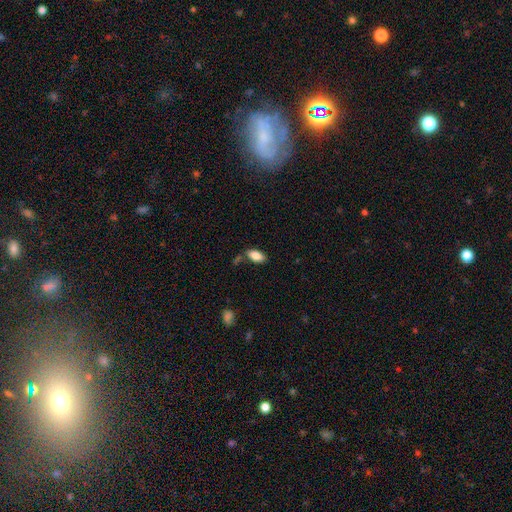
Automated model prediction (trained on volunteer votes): Smooth or featured?
  - smooth: 84% *
  - featured or disk: 9%
  - star or artifact: 7%
How rounded?
  - in between: 92% *
  - cigar-shaped: 6%
  - round: 3%
Merging?
  - none: 74% *
  - minor disturbance: 15%
  - merger: 7%
  - major disturbance: 4%